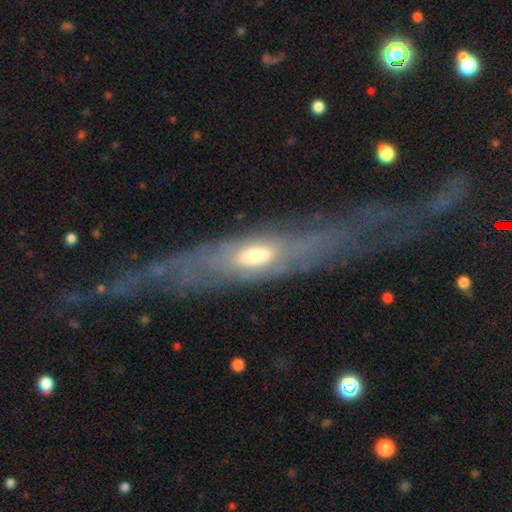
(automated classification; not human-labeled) Q: Smooth or featured?
A: featured or disk (54%); runner-up: smooth (38%)
Q: Edge-on disk?
A: no (56%); runner-up: yes (44%)
Q: Merging?
A: none (55%); runner-up: major disturbance (21%)